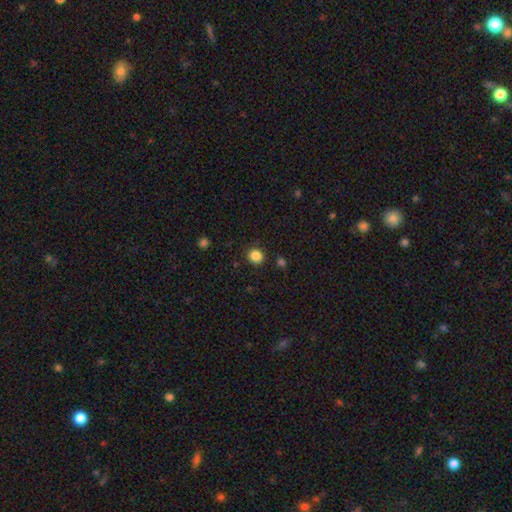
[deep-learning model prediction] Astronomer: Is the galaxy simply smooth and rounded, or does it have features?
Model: smooth — 85%.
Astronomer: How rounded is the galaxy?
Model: round — 87%.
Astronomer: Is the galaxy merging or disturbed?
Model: none — 88%.